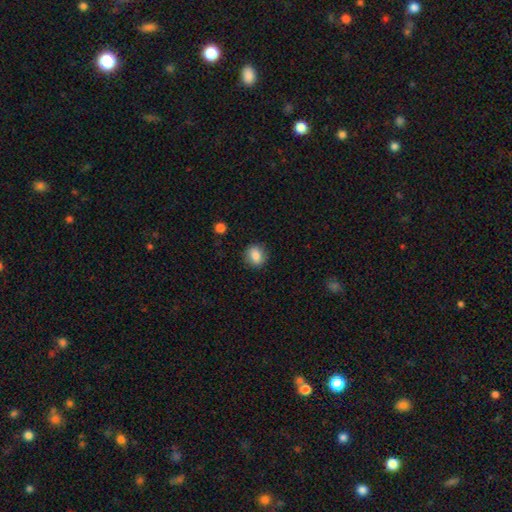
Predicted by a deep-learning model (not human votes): smooth 85%, star or artifact 9%, featured or disk 7%. Down the decision tree: how rounded — round (68%); merging — none (86%).